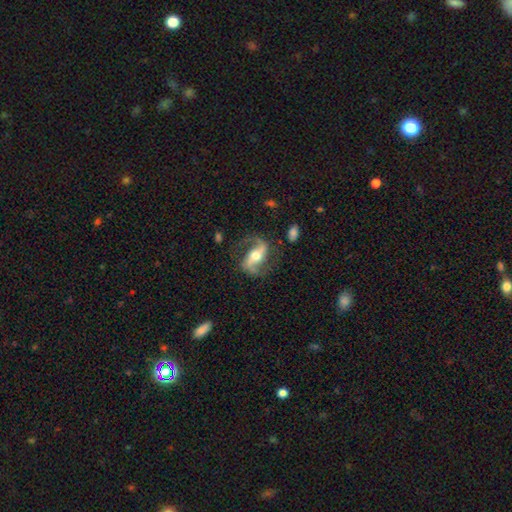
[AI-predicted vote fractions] Smooth or featured?
  - featured or disk: 87% *
  - smooth: 9%
  - star or artifact: 5%
Edge-on disk?
  - no: 95% *
  - yes: 5%
Bar?
  - strong: 42% *
  - weak: 32%
  - no: 27%
Spiral arms?
  - yes: 95% *
  - no: 5%
Spiral winding?
  - loose: 55% *
  - medium: 36%
  - tight: 8%
Spiral arm count?
  - 2: 91% *
  - 1: 3%
  - can't tell: 2%
  - 3: 1%
  - 4: 1%
  - more than 4: 1%
Bulge size?
  - moderate: 70% *
  - small: 16%
  - large: 11%
  - dominant: 1%
  - none: 1%
Merging?
  - none: 74% *
  - minor disturbance: 15%
  - major disturbance: 10%
  - merger: 2%